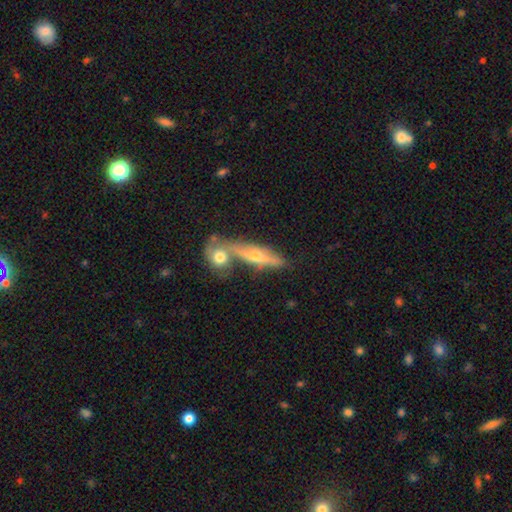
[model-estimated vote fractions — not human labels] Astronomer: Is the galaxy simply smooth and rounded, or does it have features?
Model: featured or disk — 60%.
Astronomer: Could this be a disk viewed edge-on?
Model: yes — 85%.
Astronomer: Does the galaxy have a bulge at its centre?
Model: rounded — 85%.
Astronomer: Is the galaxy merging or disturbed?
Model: none — 50% (runner-up: merger, 34%).